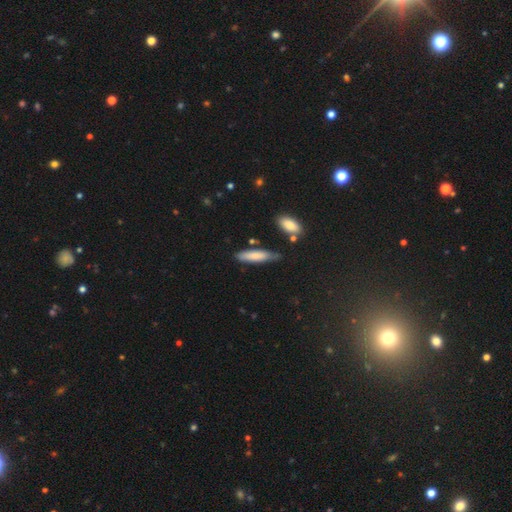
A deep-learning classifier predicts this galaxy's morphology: Smooth or featured? Predicted: smooth (p=0.79). How rounded? Predicted: cigar-shaped (p=0.70). Merging? Predicted: none (p=0.71).